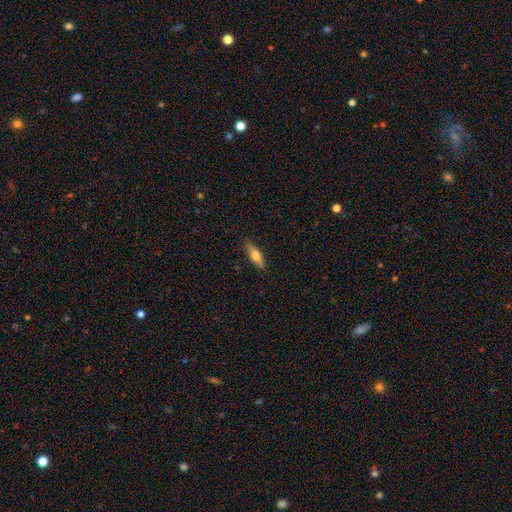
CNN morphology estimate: Smooth or featured? smooth (47%, tied with featured or disk)
Merging? none (87%)